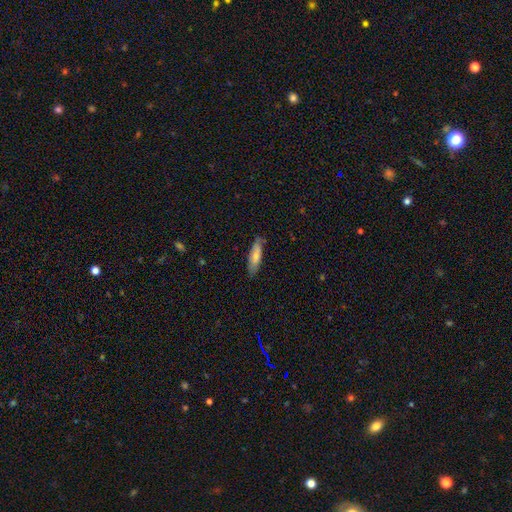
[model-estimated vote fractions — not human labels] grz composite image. It shows a smooth galaxy with no disk features (71%) that is cigar-shaped (58%). Merging: none (77%).